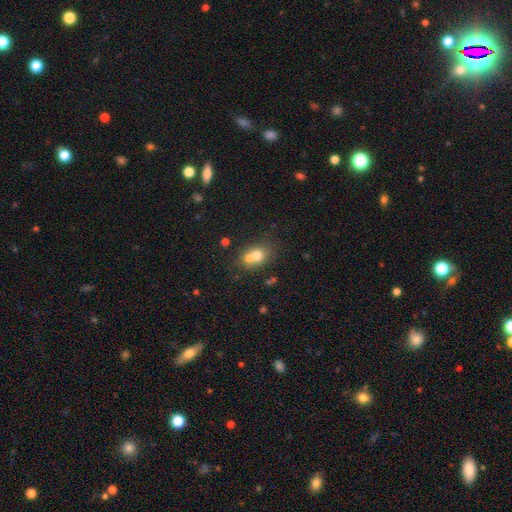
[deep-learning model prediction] Overall: smooth (68%). How rounded: round (56%; in between 42%). Merging: merger (54%; none 34%).